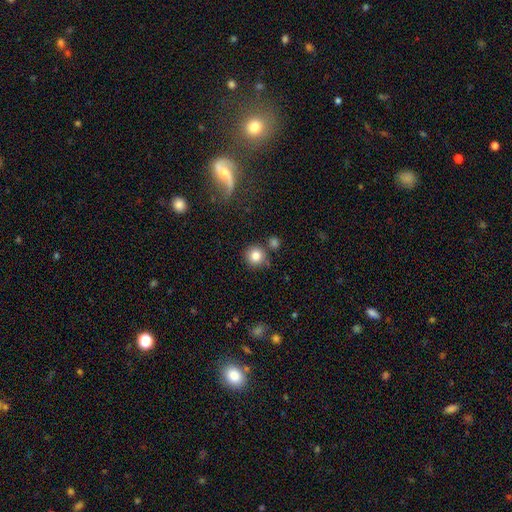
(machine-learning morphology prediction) This appears to be a smooth galaxy with no disk features (82%) that is round (93%). Merging: none (79%).